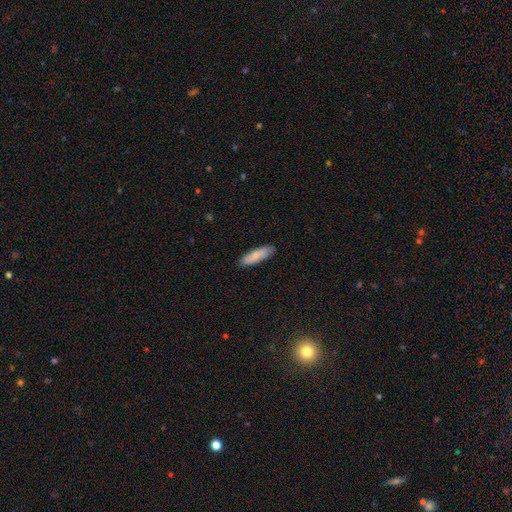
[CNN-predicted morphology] Smooth or featured?
  - smooth: 81% *
  - featured or disk: 14%
  - star or artifact: 5%
How rounded?
  - cigar-shaped: 51% *
  - in between: 47%
  - round: 2%
Merging?
  - none: 85% *
  - minor disturbance: 12%
  - major disturbance: 2%
  - merger: 1%